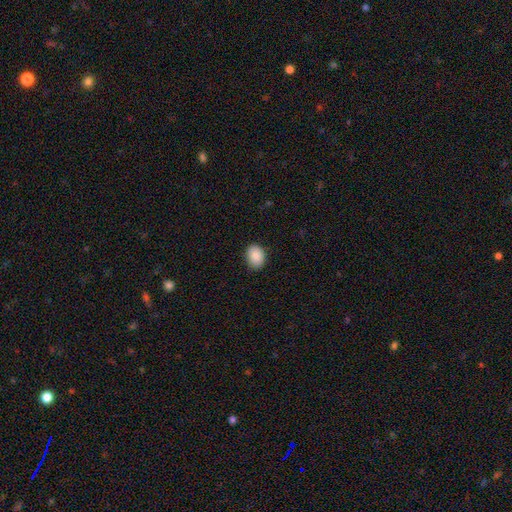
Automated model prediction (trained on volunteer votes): The model was most divided on "how rounded": in between: 65%, round: 34%, cigar-shaped: 1%. More confident: smooth or featured — smooth (88%); merging — none (87%).